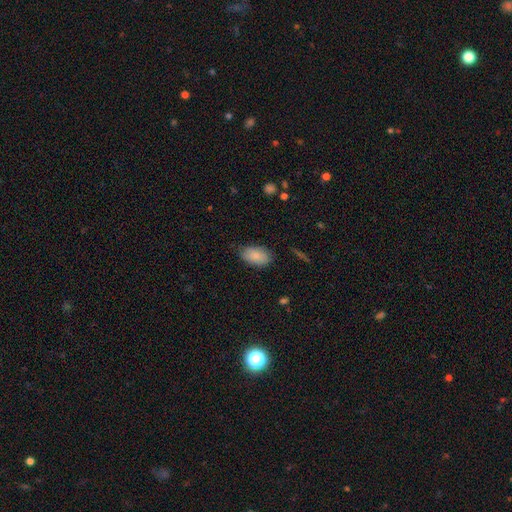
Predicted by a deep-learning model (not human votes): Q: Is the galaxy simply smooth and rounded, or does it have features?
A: smooth — 86%.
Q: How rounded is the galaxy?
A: in between — 93%.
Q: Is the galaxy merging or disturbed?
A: none — 78%.